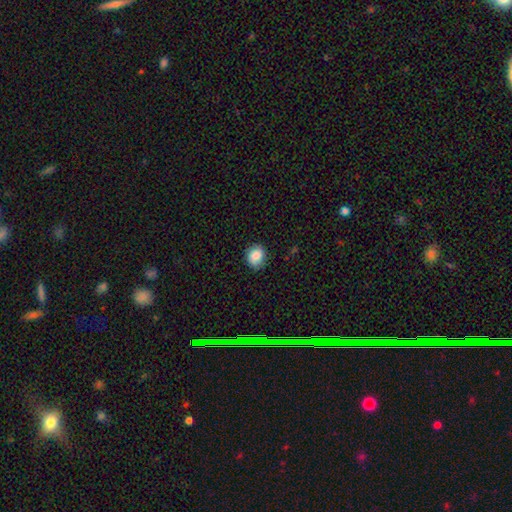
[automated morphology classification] This appears to be a smooth galaxy with no disk features (87%) that is round (70%). Merging: none (83%).